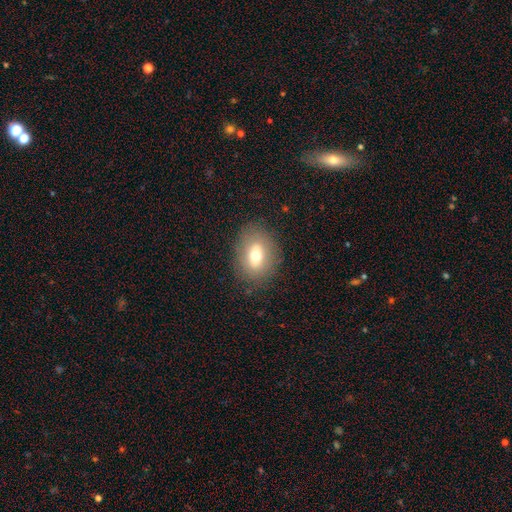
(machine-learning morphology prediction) This appears to be a smooth galaxy with no disk features (66%) that is in between round and cigar-shaped (66%). Merging: none (83%).